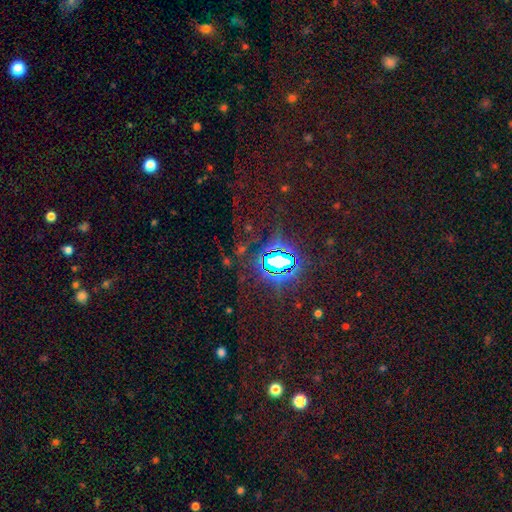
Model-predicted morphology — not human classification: Overall: star or artifact (76%).